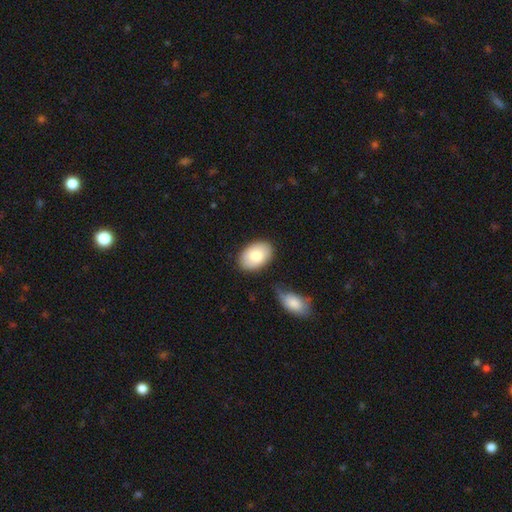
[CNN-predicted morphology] The model was most divided on "smooth or featured": smooth: 79%, featured or disk: 16%, star or artifact: 6%. More confident: how rounded — in between (88%); merging — none (80%).